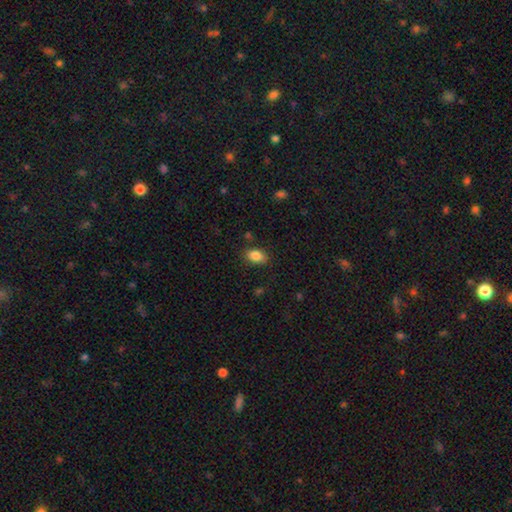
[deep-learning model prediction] smooth 86%, star or artifact 9%, featured or disk 6%. Down the decision tree: how rounded — in between (85%); merging — none (84%).